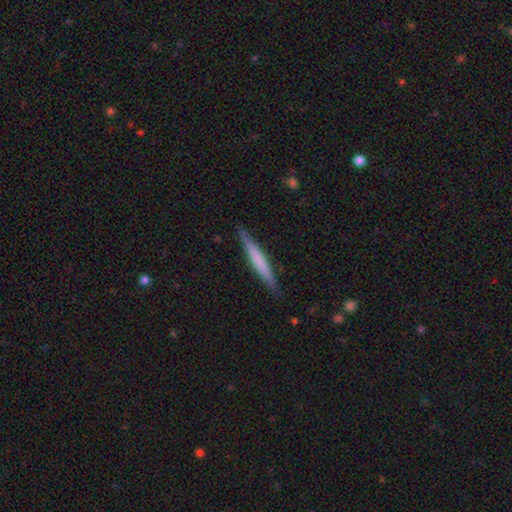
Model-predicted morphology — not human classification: The model was most divided on "smooth or featured": smooth: 54%, featured or disk: 40%, star or artifact: 5%. More confident: how rounded — cigar-shaped (95%); merging — none (89%).